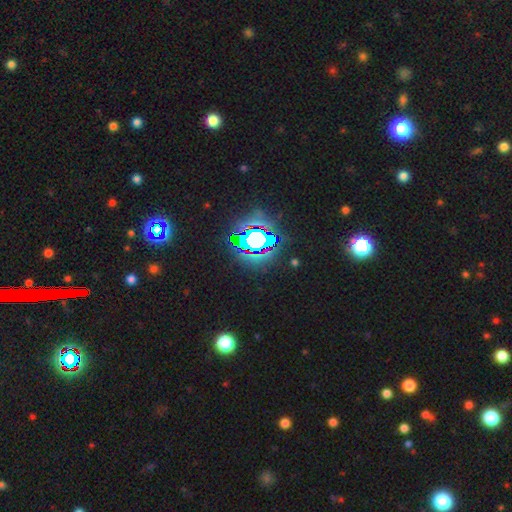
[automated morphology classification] Smooth or featured: star or artifact — 83% (smooth — 10%)